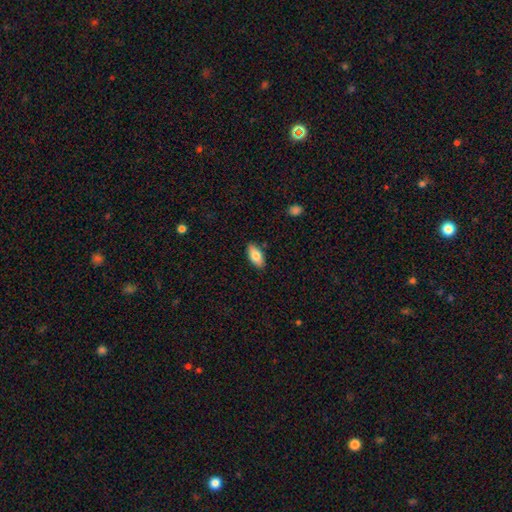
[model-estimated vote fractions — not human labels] The model was most divided on "smooth or featured": smooth: 80%, featured or disk: 13%, star or artifact: 7%. More confident: how rounded — in between (90%); merging — none (86%).